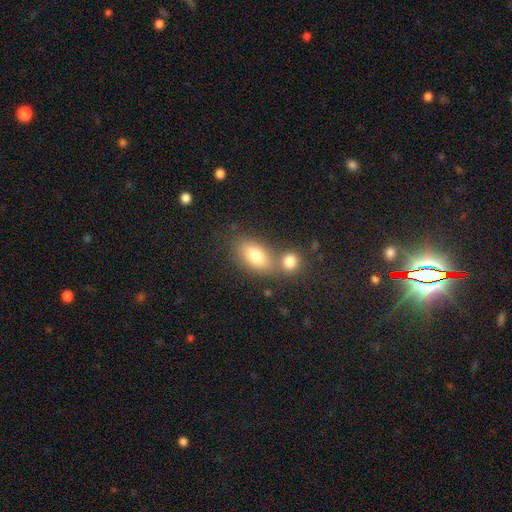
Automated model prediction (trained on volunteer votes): smooth_or_featured: smooth (p=0.78) [alt: featured or disk p=0.14]
how_rounded: in between (p=0.85) [alt: round p=0.10]
merging: none (p=0.48) [alt: merger p=0.38]